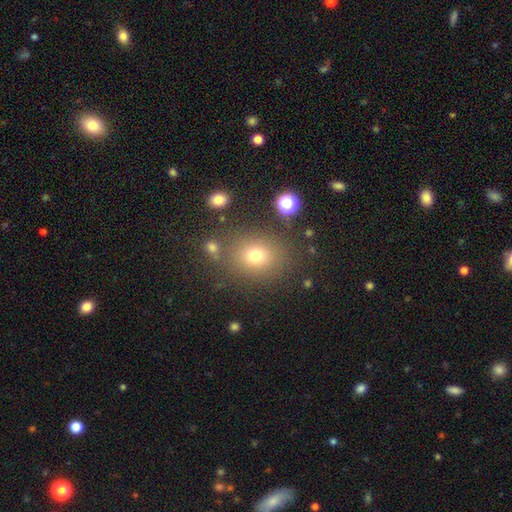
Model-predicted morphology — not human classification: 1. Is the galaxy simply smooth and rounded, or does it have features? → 73% smooth, 17% star or artifact, 10% featured or disk.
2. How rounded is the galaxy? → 64% round, 35% in between, 1% cigar-shaped.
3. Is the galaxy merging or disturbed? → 78% none, 11% minor disturbance, 6% merger, 5% major disturbance.